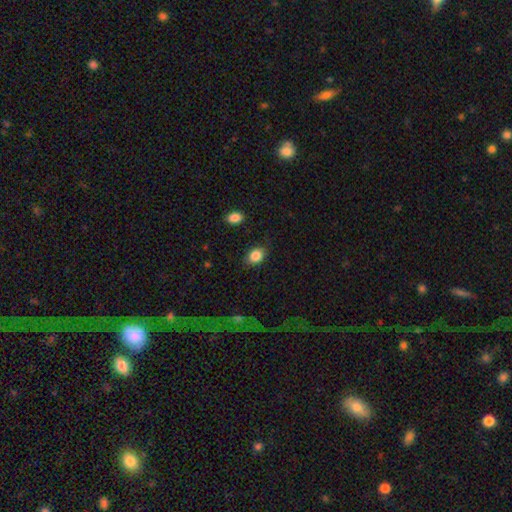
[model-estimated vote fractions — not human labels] The model was most divided on "how rounded": in between: 69%, round: 30%, cigar-shaped: 1%. More confident: smooth or featured — smooth (86%); merging — none (83%).